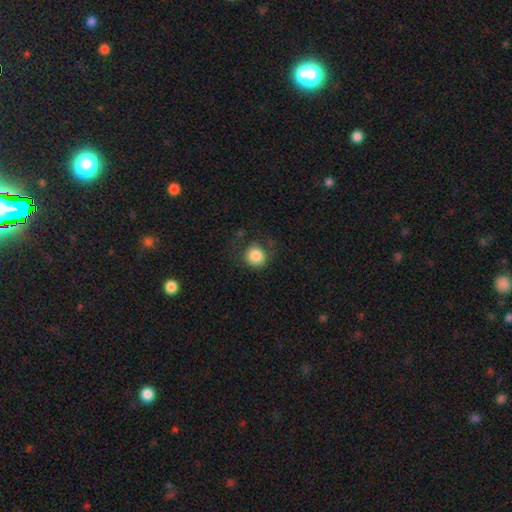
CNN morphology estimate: type=smooth (85%); roundness=round (89%); merging=none (71%).